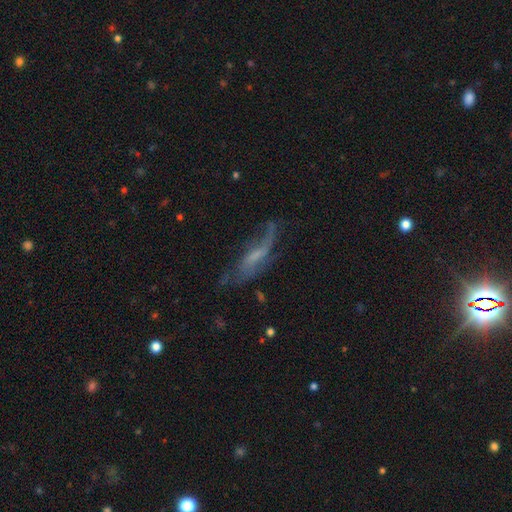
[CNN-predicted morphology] Smooth or featured?
  - featured or disk: 60% *
  - smooth: 29%
  - star or artifact: 11%
Edge-on disk?
  - no: 74% *
  - yes: 26%
Merging?
  - none: 42% *
  - major disturbance: 28%
  - minor disturbance: 26%
  - merger: 4%